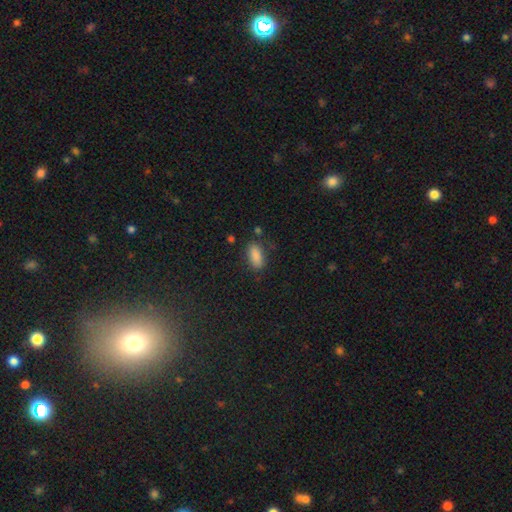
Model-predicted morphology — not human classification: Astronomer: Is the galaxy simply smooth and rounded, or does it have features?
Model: smooth — 87%.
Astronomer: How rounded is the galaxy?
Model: in between — 87%.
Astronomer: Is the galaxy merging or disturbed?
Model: none — 77%.